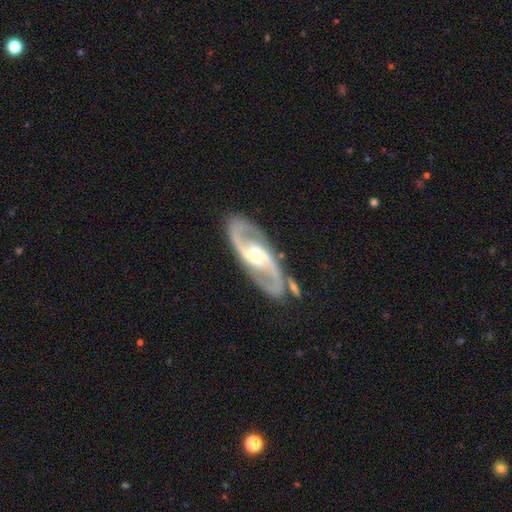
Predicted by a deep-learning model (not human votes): smooth_or_featured: featured or disk (p=0.91) [alt: smooth p=0.05]
disk_edge_on: no (p=0.95) [alt: yes p=0.05]
bar: weak (p=0.42) [alt: no p=0.30]
has_spiral_arms: yes (p=0.98) [alt: no p=0.02]
spiral_winding: medium (p=0.61) [alt: loose p=0.23]
spiral_arm_count: 2 (p=0.94) [alt: can't tell p=0.02]
bulge_size: moderate (p=0.58) [alt: small p=0.33]
merging: none (p=0.81) [alt: minor disturbance p=0.11]